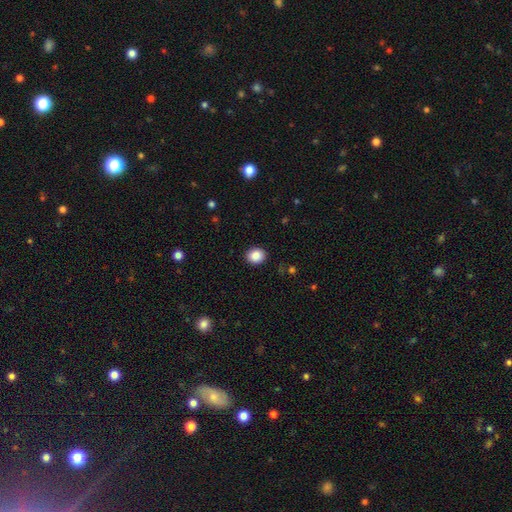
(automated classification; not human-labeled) This appears to be a smooth galaxy with no disk features (88%) that is round (70%). Merging: none (90%).